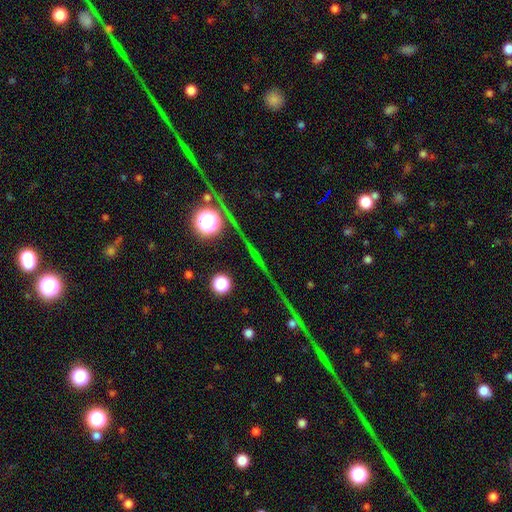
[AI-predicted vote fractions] smooth_or_featured: star or artifact (p=0.69) [alt: featured or disk p=0.18]